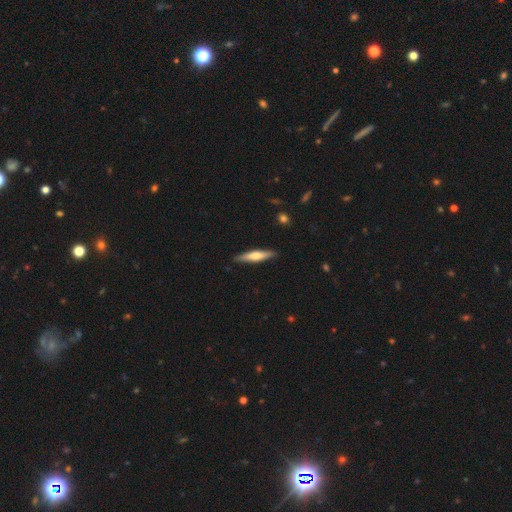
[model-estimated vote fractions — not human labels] Smooth or featured? smooth (52%)
How rounded? cigar-shaped (85%)
Merging? none (89%)